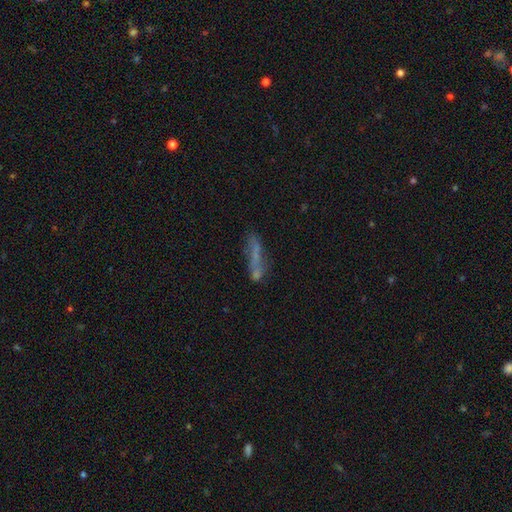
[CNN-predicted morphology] Q: Smooth or featured?
A: smooth (48%); runner-up: featured or disk (39%)
Q: Merging?
A: none (54%); runner-up: minor disturbance (20%)